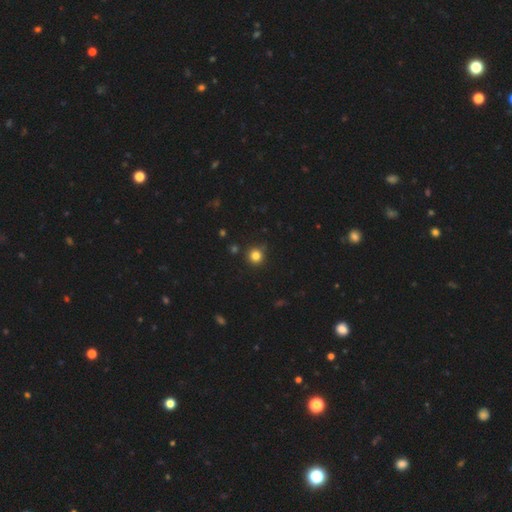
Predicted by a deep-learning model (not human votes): Smooth or featured? smooth (81%)
How rounded? round (94%)
Merging? none (86%)